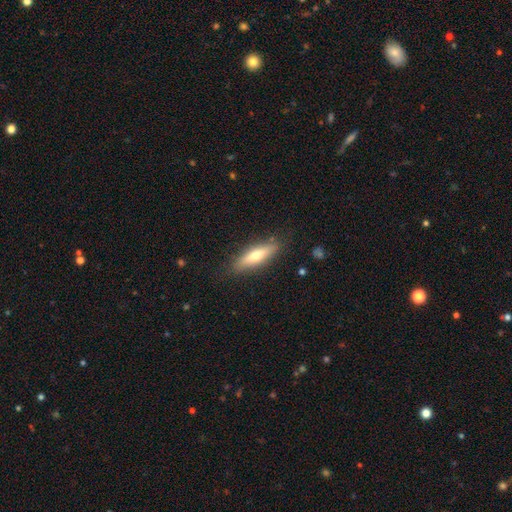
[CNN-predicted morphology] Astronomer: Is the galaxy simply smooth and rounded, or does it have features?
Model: smooth — 58% (runner-up: featured or disk, 36%).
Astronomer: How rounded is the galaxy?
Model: cigar-shaped — 65%.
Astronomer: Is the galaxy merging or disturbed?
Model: none — 85%.